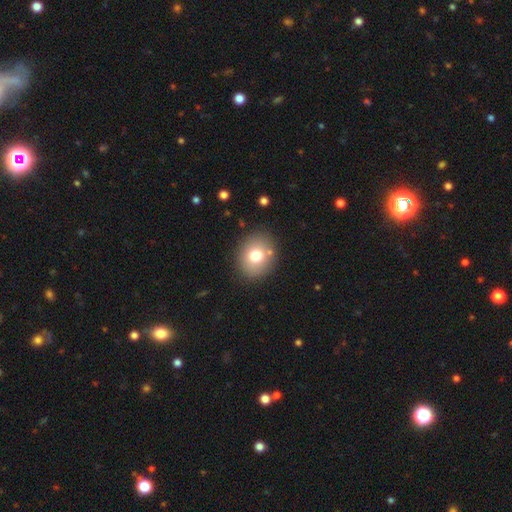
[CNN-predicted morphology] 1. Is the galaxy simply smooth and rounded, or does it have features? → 74% smooth, 16% featured or disk, 11% star or artifact.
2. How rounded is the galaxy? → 64% round, 35% in between, 1% cigar-shaped.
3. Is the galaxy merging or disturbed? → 84% none, 9% minor disturbance, 4% merger, 3% major disturbance.